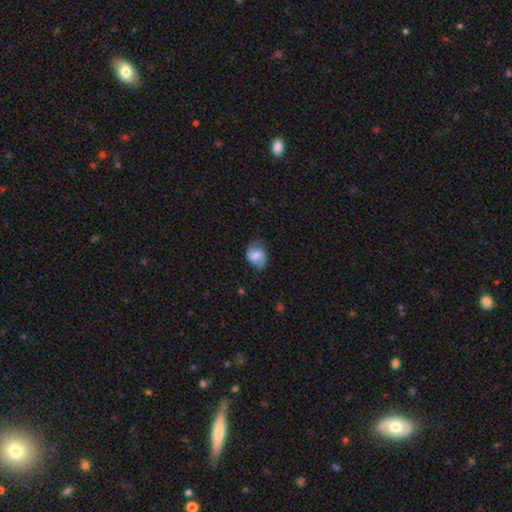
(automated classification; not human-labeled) smooth-or-featured: featured or disk: 64% | smooth: 28% | star or artifact: 8%
  disk-edge-on: no: 98% | yes: 2%
    bar: weak: 50% | no: 30% | strong: 20%
    has-spiral-arms: yes: 92% | no: 8%
      spiral-winding: medium: 45% | loose: 38% | tight: 17%
      spiral-arm-count: 2: 86% | 1: 6% | can't tell: 5% | 3: 1% | 4: 1% | more than 4: 1%
    bulge-size: moderate: 32% | none: 24% | small: 24% | large: 17% | dominant: 3%
  merging: none: 69% | minor disturbance: 21% | major disturbance: 8% | merger: 2%